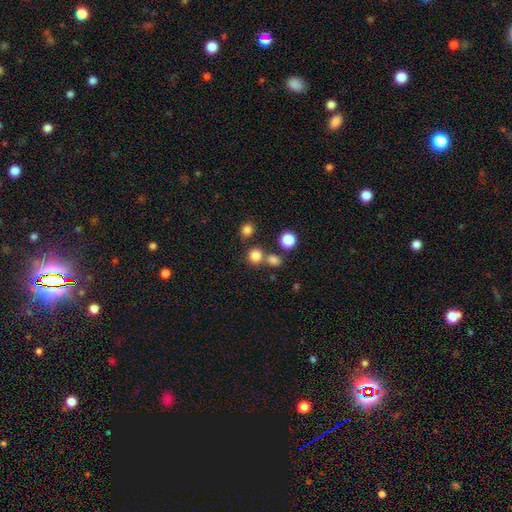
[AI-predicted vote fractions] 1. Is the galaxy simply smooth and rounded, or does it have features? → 80% smooth, 14% star or artifact, 6% featured or disk.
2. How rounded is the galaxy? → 86% round, 13% in between, 1% cigar-shaped.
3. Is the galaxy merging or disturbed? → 66% none, 23% merger, 8% minor disturbance, 3% major disturbance.